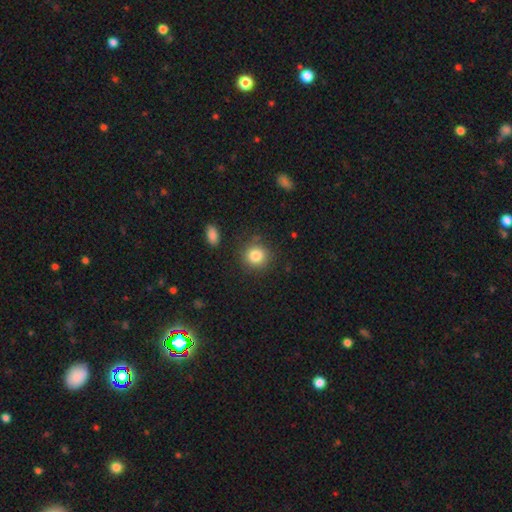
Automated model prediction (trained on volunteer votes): A smooth galaxy with no disk features (84%) that is round (87%). Merging: none (84%).